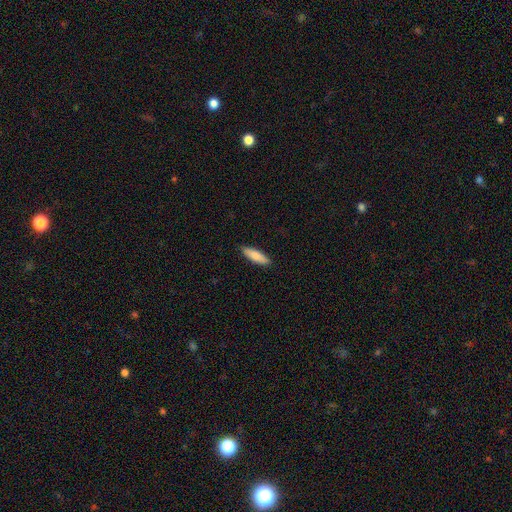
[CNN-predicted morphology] Overall: smooth (80%). How rounded: cigar-shaped (55%; in between 44%). Merging: none (88%).